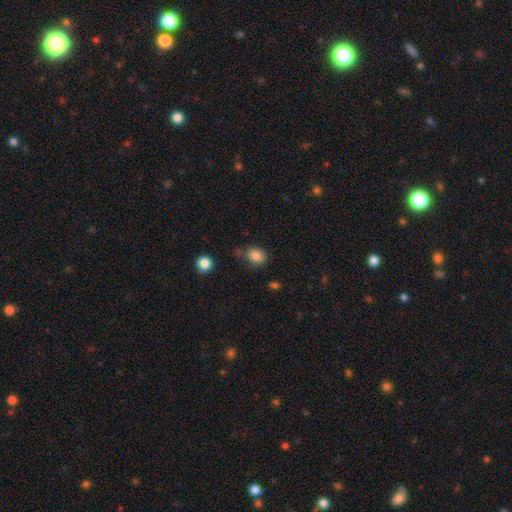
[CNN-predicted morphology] Smooth or featured?
  - smooth: 85% *
  - star or artifact: 10%
  - featured or disk: 5%
How rounded?
  - in between: 52% *
  - round: 47%
  - cigar-shaped: 1%
Merging?
  - none: 69% *
  - minor disturbance: 19%
  - merger: 7%
  - major disturbance: 5%